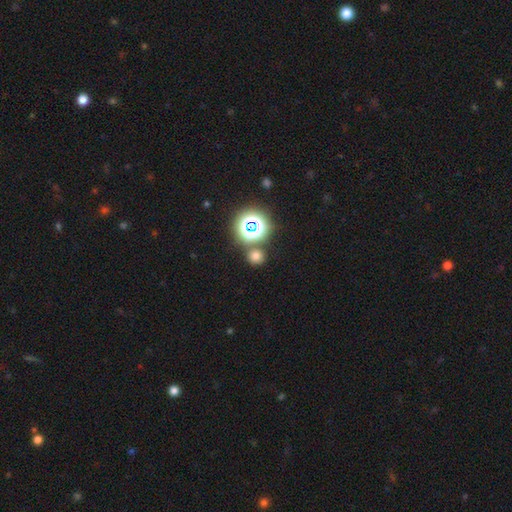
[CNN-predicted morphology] This is likely a smooth galaxy (66%). How rounded: clearly round (88%). Merging: clearly none (81%).